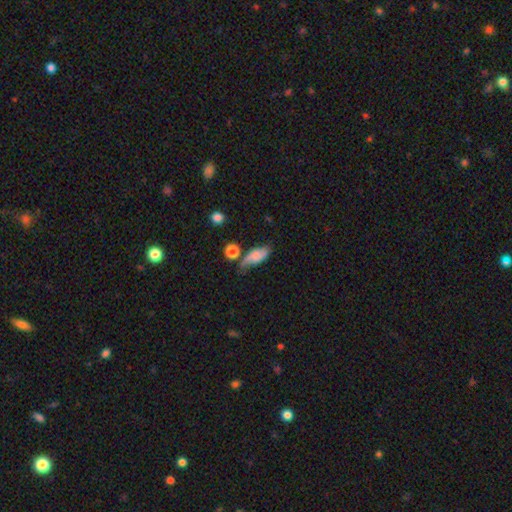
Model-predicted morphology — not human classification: Smooth or featured?
  - smooth: 58% *
  - featured or disk: 32%
  - star or artifact: 11%
How rounded?
  - in between: 78% *
  - cigar-shaped: 15%
  - round: 7%
Merging?
  - none: 43% *
  - minor disturbance: 32%
  - major disturbance: 15%
  - merger: 10%